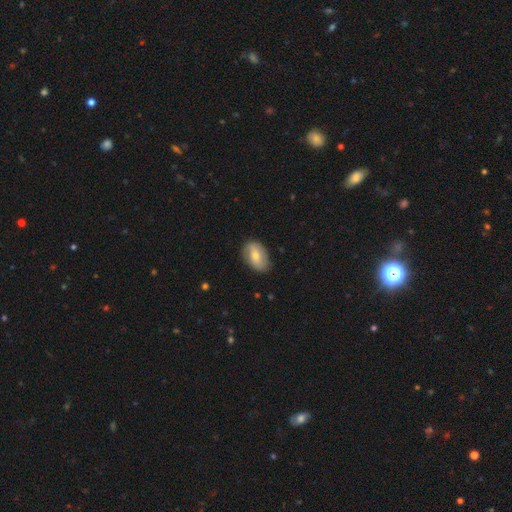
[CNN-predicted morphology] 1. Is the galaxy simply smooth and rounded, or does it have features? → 55% smooth, 39% featured or disk, 7% star or artifact.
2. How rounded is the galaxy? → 87% in between, 11% round, 2% cigar-shaped.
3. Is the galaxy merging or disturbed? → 79% none, 16% minor disturbance, 4% major disturbance, 1% merger.